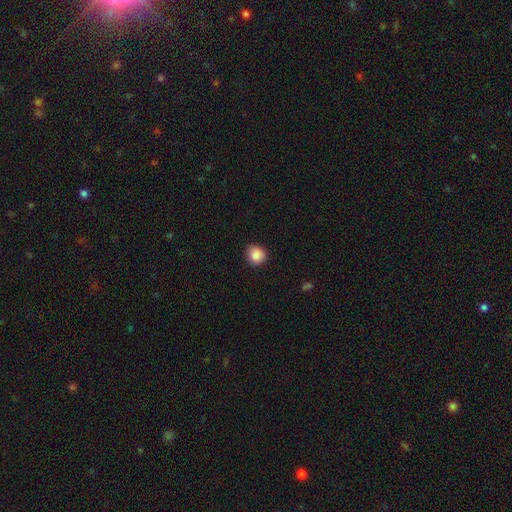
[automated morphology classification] Q: Smooth or featured?
A: smooth (85%); runner-up: star or artifact (9%)
Q: How rounded?
A: round (87%); runner-up: in between (12%)
Q: Merging?
A: none (87%); runner-up: minor disturbance (10%)